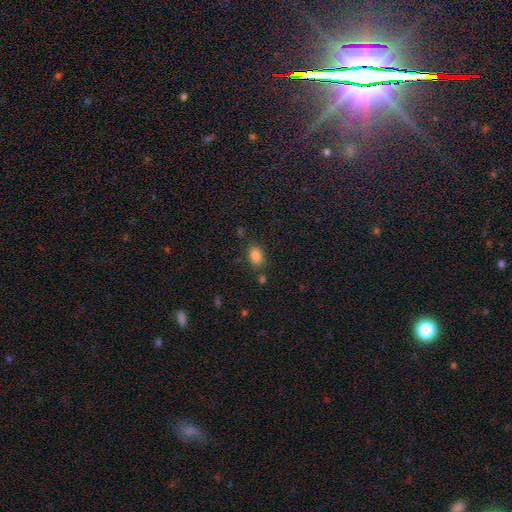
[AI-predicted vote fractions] This appears to be a smooth galaxy with no disk features (84%) that is in between round and cigar-shaped (77%). Merging: none (77%).